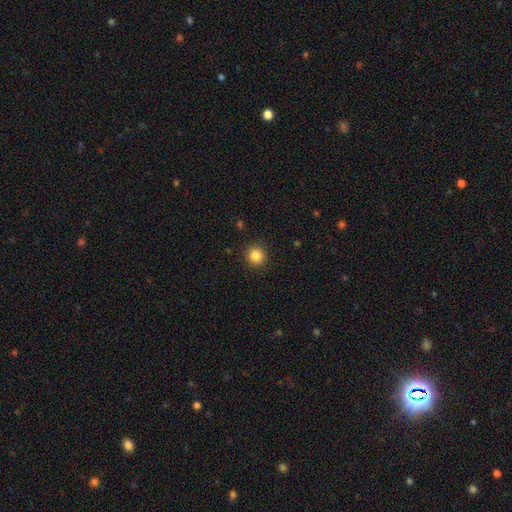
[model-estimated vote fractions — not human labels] This is clearly a smooth galaxy (85%). How rounded: clearly round (92%). Merging: clearly none (91%).